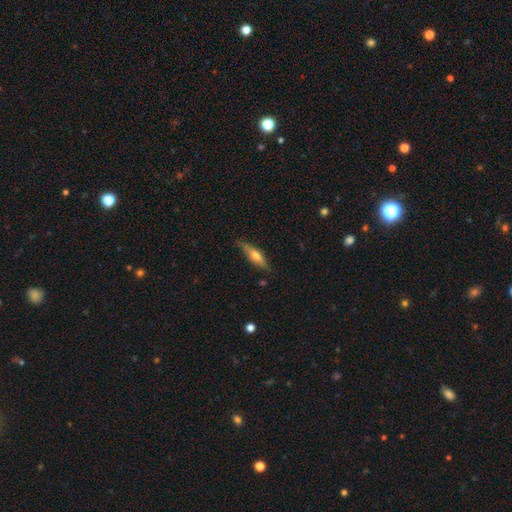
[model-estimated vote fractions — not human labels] A featured or disk galaxy (49%). Merging: none (81%).